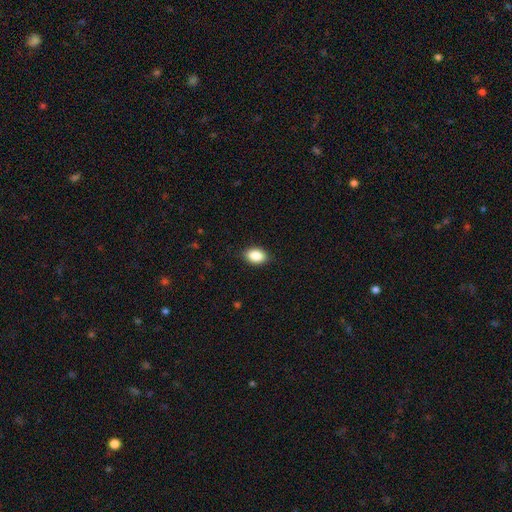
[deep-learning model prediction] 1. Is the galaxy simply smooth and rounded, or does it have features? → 88% smooth, 7% star or artifact, 5% featured or disk.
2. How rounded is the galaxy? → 88% in between, 10% round, 1% cigar-shaped.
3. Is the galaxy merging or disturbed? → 87% none, 10% minor disturbance, 2% major disturbance, 1% merger.